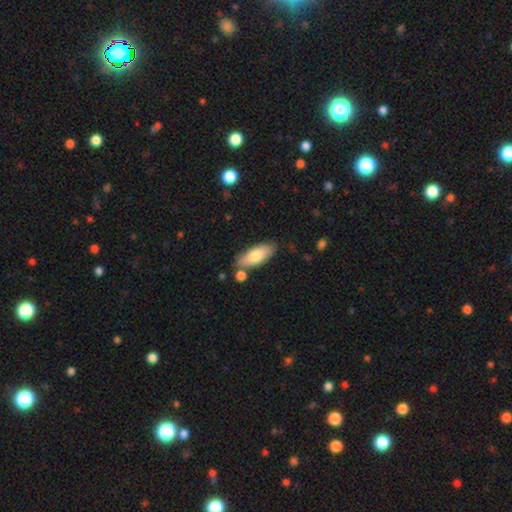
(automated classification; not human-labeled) A smooth galaxy with no disk features (76%) that is in between round and cigar-shaped (80%).

Vote fractions:
- Smooth or featured? smooth: 76% / featured or disk: 18% / star or artifact: 6%
- How rounded? in between: 80% / cigar-shaped: 18% / round: 2%
- Merging? none: 74% / minor disturbance: 15% / merger: 8% / major disturbance: 3%